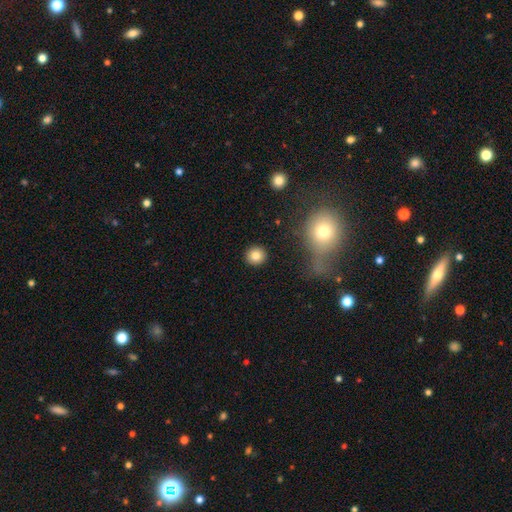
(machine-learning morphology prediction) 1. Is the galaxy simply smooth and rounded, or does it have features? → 82% smooth, 10% star or artifact, 7% featured or disk.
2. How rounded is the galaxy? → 93% round, 6% in between, 1% cigar-shaped.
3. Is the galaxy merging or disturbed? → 91% none, 5% minor disturbance, 2% major disturbance, 2% merger.